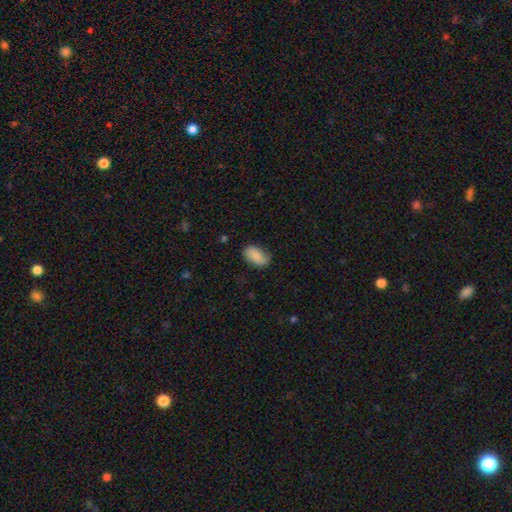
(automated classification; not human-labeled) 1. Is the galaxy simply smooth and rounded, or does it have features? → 81% smooth, 12% featured or disk, 7% star or artifact.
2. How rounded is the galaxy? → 93% in between, 5% round, 3% cigar-shaped.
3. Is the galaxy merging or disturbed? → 75% none, 19% minor disturbance, 4% major disturbance, 1% merger.